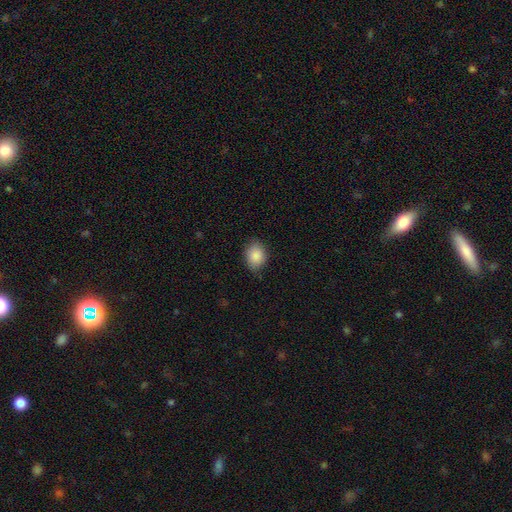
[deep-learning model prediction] smooth-or-featured: smooth: 88% | star or artifact: 7% | featured or disk: 5%
  how-rounded: in between: 63% | round: 36% | cigar-shaped: 1%
  merging: none: 79% | minor disturbance: 17% | major disturbance: 3% | merger: 1%